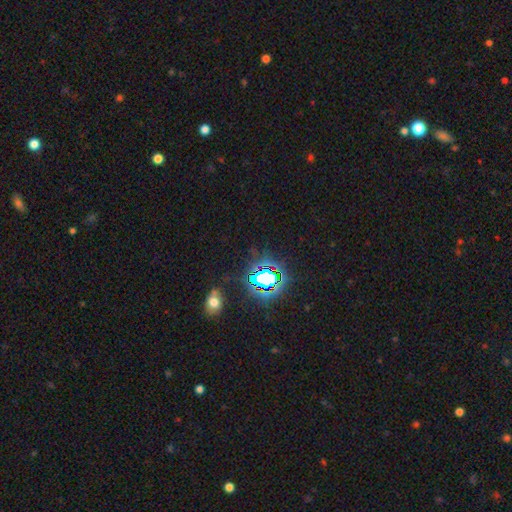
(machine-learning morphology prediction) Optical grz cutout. It shows a star or artifact, not a galaxy (78%).